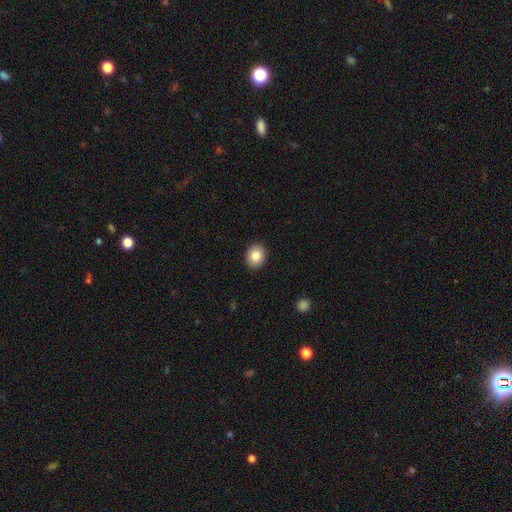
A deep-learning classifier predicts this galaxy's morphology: This appears to be a smooth galaxy with no disk features (85%) that is round (55%). Merging: none (91%).